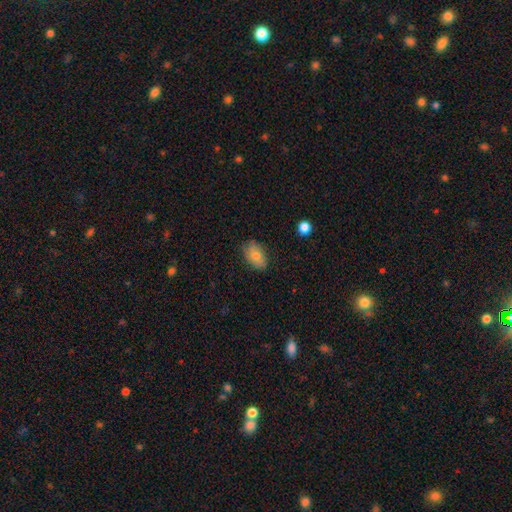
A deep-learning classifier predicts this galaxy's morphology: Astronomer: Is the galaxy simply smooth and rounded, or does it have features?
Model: smooth — 73%.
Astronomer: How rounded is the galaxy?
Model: in between — 86%.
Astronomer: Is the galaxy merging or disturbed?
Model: none — 82%.